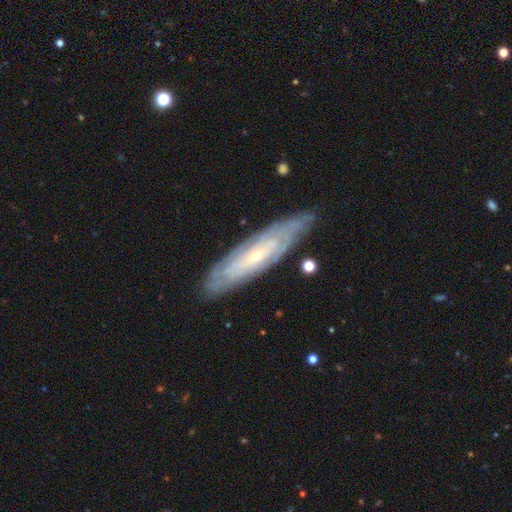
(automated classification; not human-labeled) The model was most divided on "edge-on disk": no: 72%, yes: 28%. More confident: spiral arms — yes (83%); merging — none (80%); bulge size — small (79%); smooth or featured — featured or disk (77%); bar — no (68%).